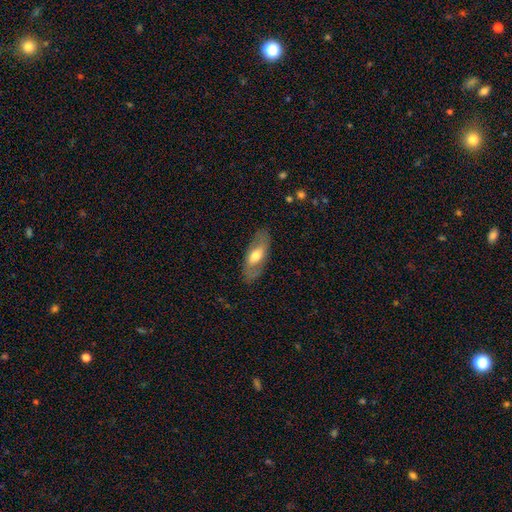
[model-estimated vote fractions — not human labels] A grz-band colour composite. It shows a smooth galaxy with no disk features (47%, tied with featured or disk). Merging: none (81%).